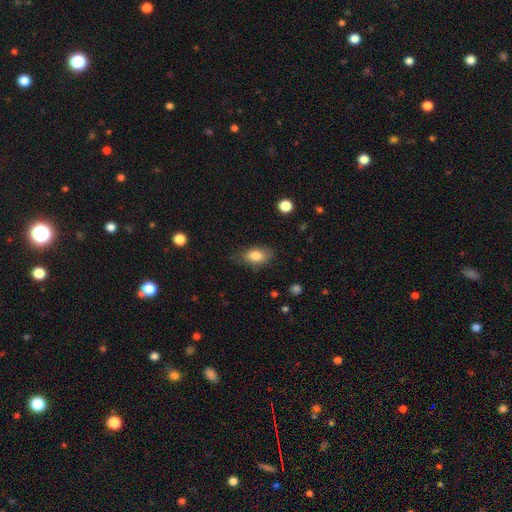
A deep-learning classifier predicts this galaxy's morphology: The model was most divided on "merging": none: 72%, minor disturbance: 20%, major disturbance: 6%, merger: 1%. More confident: how rounded — in between (87%); smooth or featured — smooth (82%).